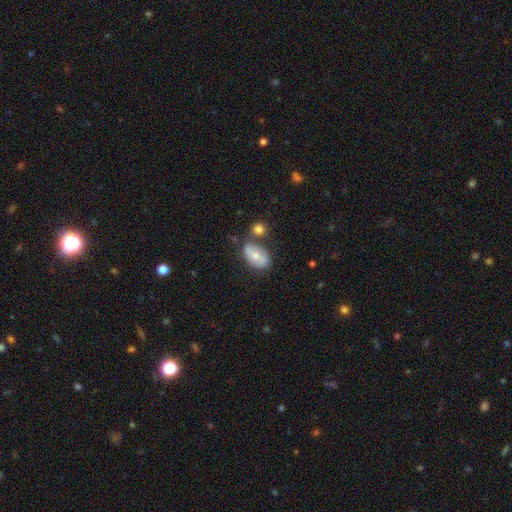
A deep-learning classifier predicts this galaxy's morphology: Smooth or featured? smooth (54%)
How rounded? in between (87%)
Merging? none (49%)